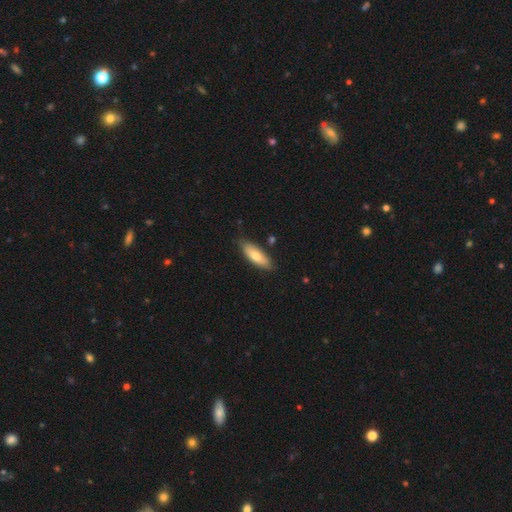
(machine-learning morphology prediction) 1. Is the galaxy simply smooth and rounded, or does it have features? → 72% smooth, 22% featured or disk, 6% star or artifact.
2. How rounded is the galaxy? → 58% in between, 40% cigar-shaped, 2% round.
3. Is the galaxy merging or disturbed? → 82% none, 13% minor disturbance, 2% merger, 2% major disturbance.